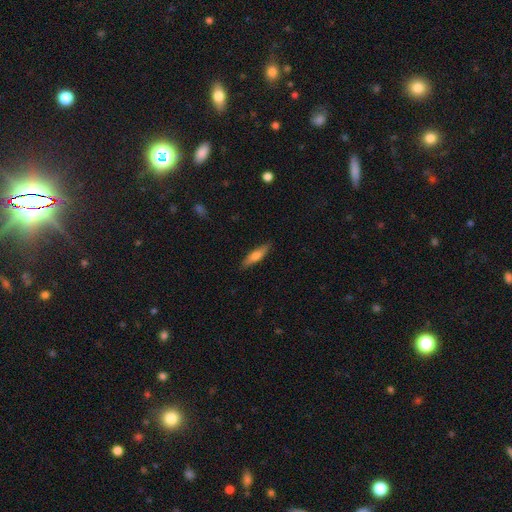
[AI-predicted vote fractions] A smooth galaxy with no disk features (62%) that is cigar-shaped (76%).

Vote fractions:
- Smooth or featured? smooth: 62% / featured or disk: 32% / star or artifact: 6%
- How rounded? cigar-shaped: 76% / in between: 23% / round: 2%
- Merging? none: 87% / minor disturbance: 10% / major disturbance: 2% / merger: 1%